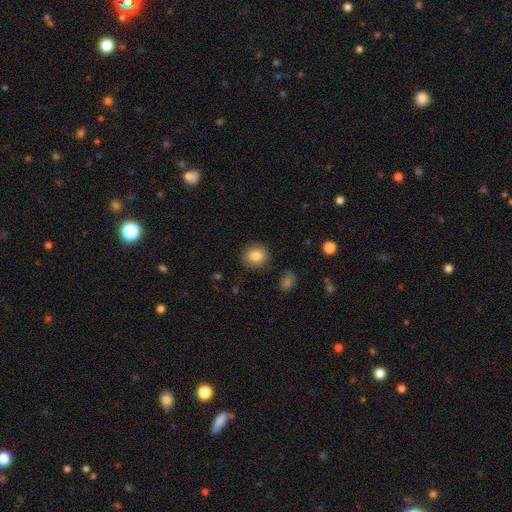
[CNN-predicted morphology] smooth-or-featured: smooth: 86% | star or artifact: 8% | featured or disk: 6%
  how-rounded: round: 84% | in between: 15% | cigar-shaped: 1%
  merging: none: 88% | minor disturbance: 8% | major disturbance: 2% | merger: 2%